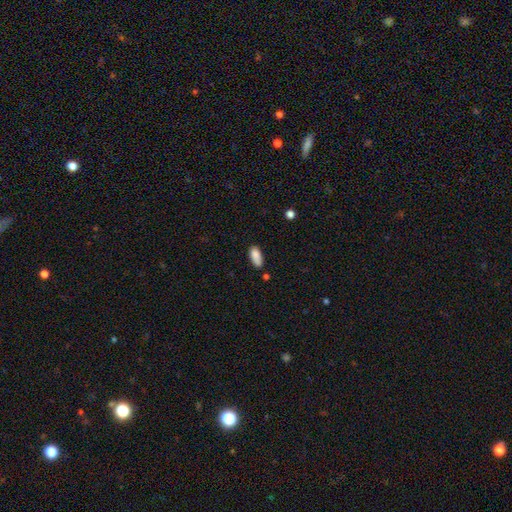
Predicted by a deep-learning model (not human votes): Morphology: type=smooth (85%); roundness=in between (84%); merging=none (60%).